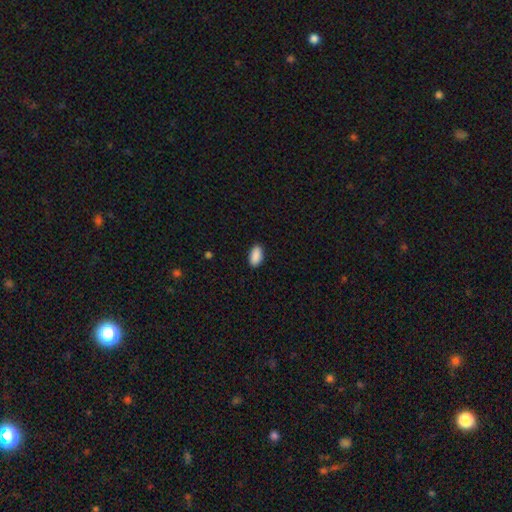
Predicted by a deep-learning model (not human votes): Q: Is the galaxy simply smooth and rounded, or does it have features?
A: smooth — 91%.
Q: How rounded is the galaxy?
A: in between — 94%.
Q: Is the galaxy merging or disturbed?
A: none — 89%.